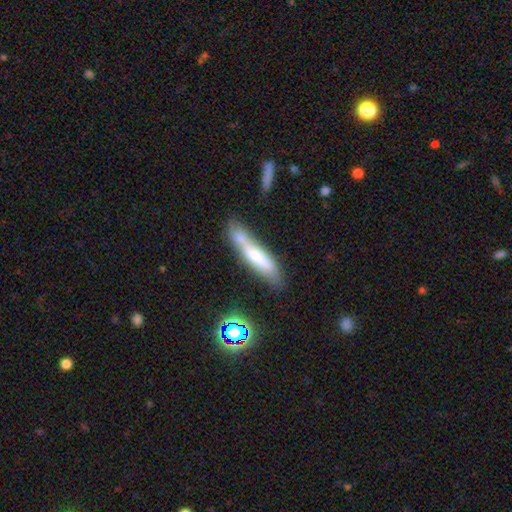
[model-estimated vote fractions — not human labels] smooth 57%, featured or disk 35%, star or artifact 9%. Down the decision tree: how rounded — cigar-shaped (83%); merging — none (53%).